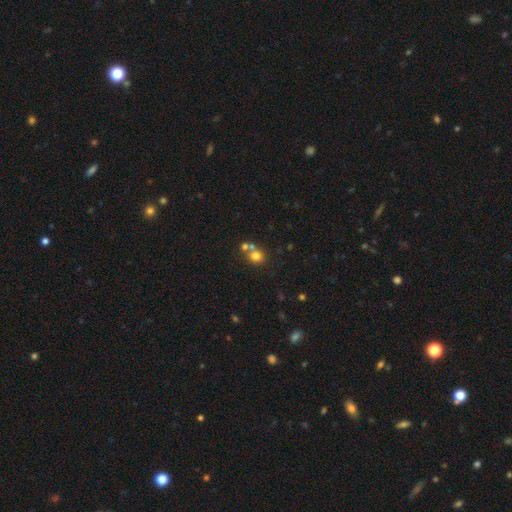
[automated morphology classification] This is likely a smooth galaxy (74%). How rounded: clearly round (81%). Merging: possibly none (49%).